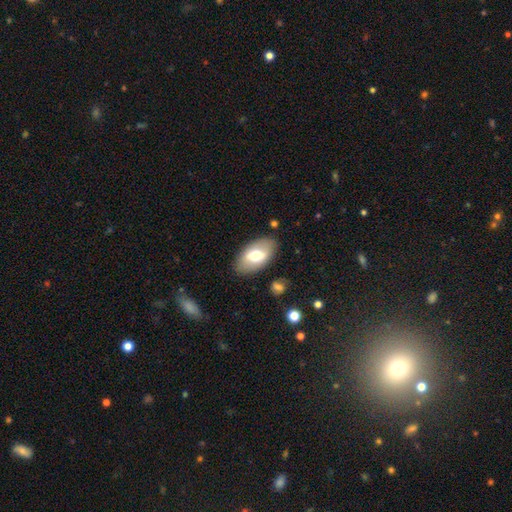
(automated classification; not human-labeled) smooth_or_featured: smooth (p=0.62) [alt: featured or disk p=0.32]
how_rounded: in between (p=0.94) [alt: round p=0.04]
merging: none (p=0.84) [alt: minor disturbance p=0.11]